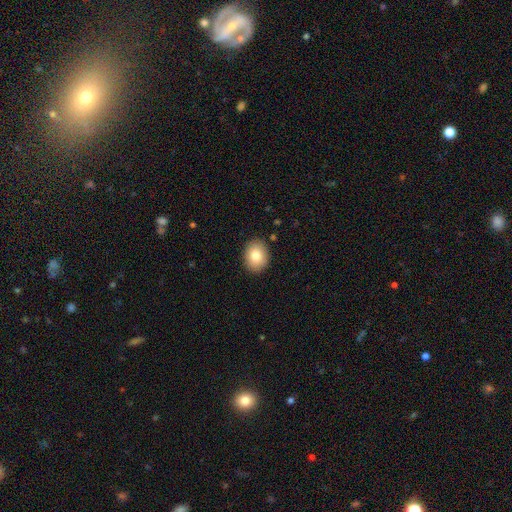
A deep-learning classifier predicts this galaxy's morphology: smooth-or-featured: smooth: 82% | featured or disk: 10% | star or artifact: 8%
  how-rounded: in between: 59% | round: 41% | cigar-shaped: 1%
  merging: none: 89% | minor disturbance: 8% | major disturbance: 2% | merger: 1%